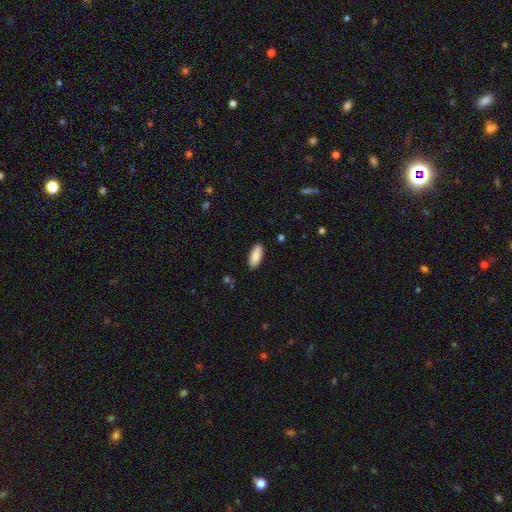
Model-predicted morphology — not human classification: Smooth or featured?
  - smooth: 90% *
  - star or artifact: 6%
  - featured or disk: 4%
How rounded?
  - in between: 83% *
  - cigar-shaped: 15%
  - round: 2%
Merging?
  - none: 89% *
  - minor disturbance: 8%
  - major disturbance: 2%
  - merger: 1%